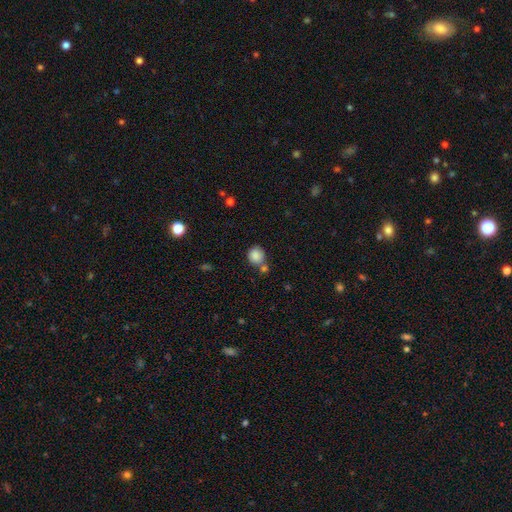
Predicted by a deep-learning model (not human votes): Morphology: type=smooth (86%); roundness=round (83%); merging=none (62%).